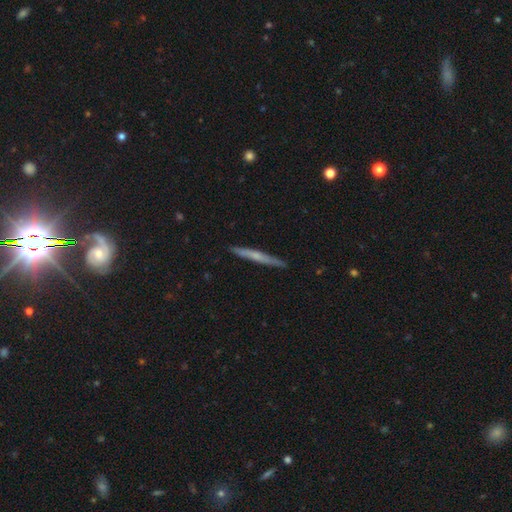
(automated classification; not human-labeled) A featured or disk galaxy (51%) viewed edge-on (96%). Merging: none (91%).